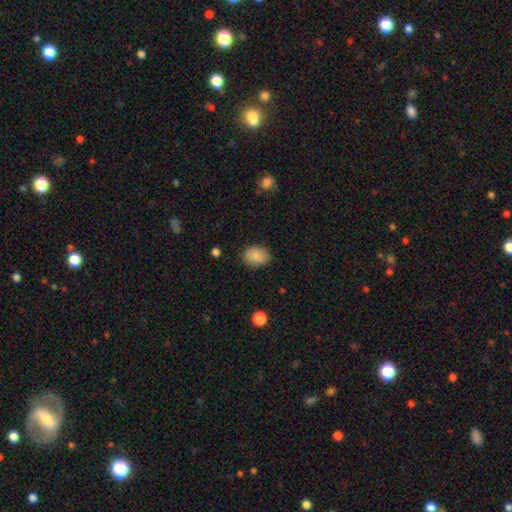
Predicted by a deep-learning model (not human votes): This is clearly a smooth galaxy (87%). How rounded: possibly in between (60%). Merging: clearly none (83%).